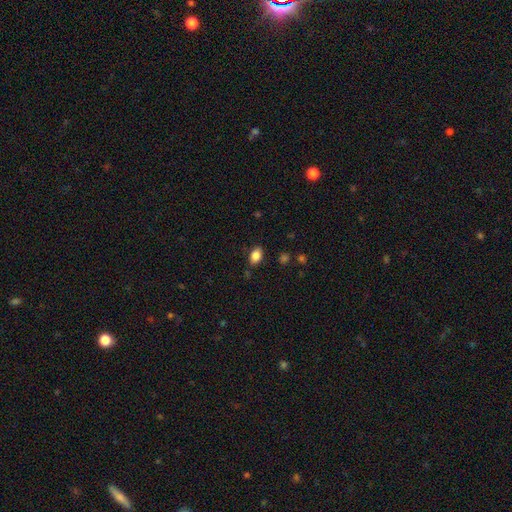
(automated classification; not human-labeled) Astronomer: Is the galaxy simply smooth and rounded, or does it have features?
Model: smooth — 85%.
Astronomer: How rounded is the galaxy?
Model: in between — 84%.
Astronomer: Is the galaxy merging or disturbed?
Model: none — 83%.